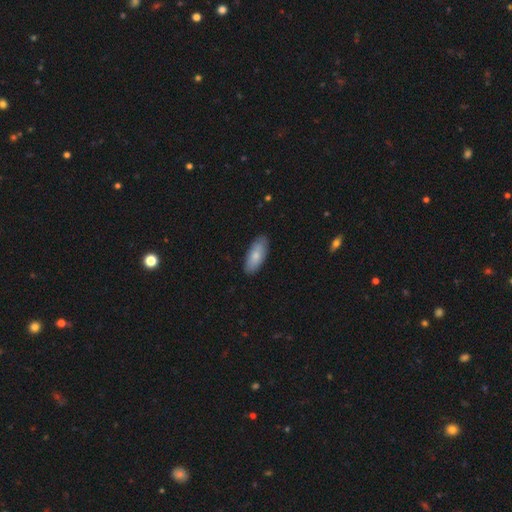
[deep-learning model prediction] A smooth galaxy with no disk features (79%) that is in between round and cigar-shaped (82%).

Vote fractions:
- Smooth or featured? smooth: 79% / featured or disk: 16% / star or artifact: 5%
- How rounded? in between: 82% / cigar-shaped: 16% / round: 2%
- Merging? none: 85% / minor disturbance: 12% / major disturbance: 2% / merger: 1%